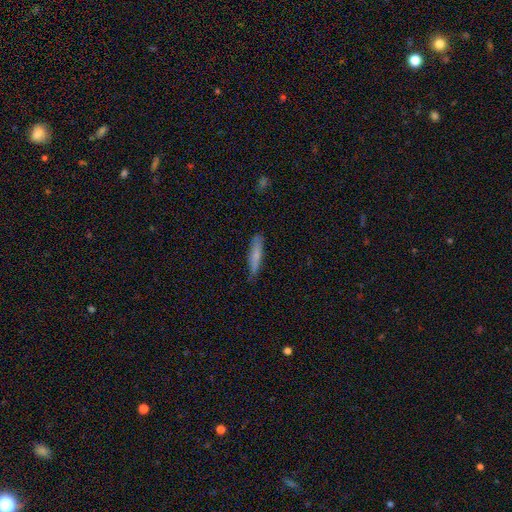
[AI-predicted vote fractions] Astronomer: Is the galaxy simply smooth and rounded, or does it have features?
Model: smooth — 67%.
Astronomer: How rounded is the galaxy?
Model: cigar-shaped — 88%.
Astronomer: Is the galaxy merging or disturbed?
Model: none — 79%.